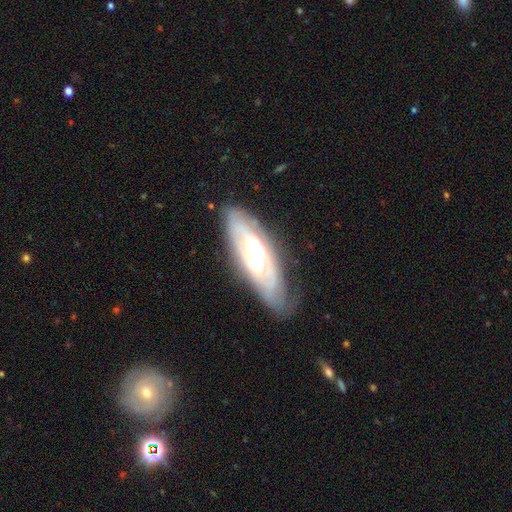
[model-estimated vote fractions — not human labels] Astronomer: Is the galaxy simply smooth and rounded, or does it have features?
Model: featured or disk — 74%.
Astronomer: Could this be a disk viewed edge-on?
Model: no — 77%.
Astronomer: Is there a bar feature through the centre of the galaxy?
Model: weak — 37% (runner-up: no, 32%).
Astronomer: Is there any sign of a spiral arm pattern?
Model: yes — 80%.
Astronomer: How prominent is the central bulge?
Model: moderate — 47% (runner-up: large, 29%).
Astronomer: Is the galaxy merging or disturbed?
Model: none — 69%.